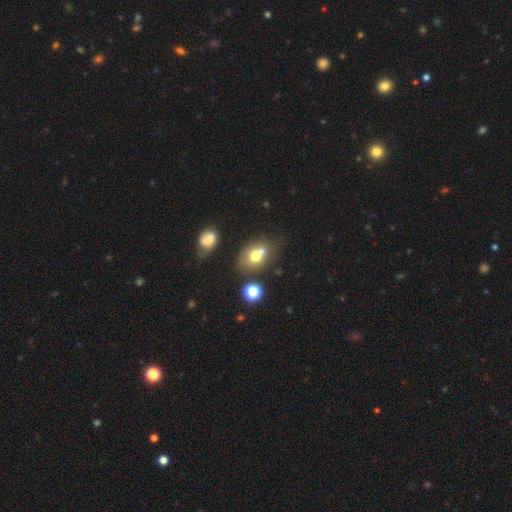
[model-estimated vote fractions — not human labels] Morphology: type=smooth (68%); roundness=in between (55%); merging=none (45%).